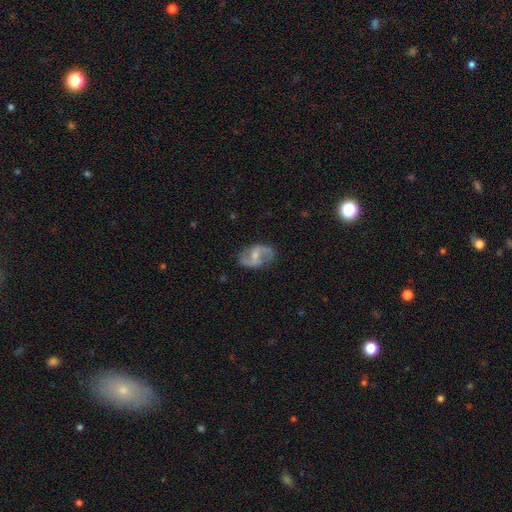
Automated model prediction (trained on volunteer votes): smooth-or-featured: featured or disk: 76% | smooth: 18% | star or artifact: 6%
  disk-edge-on: no: 97% | yes: 3%
    bar: weak: 49% | no: 29% | strong: 22%
    has-spiral-arms: yes: 87% | no: 13%
      spiral-winding: loose: 44% (tied) | medium: 44% (tied) | tight: 13%
      spiral-arm-count: 2: 90% | can't tell: 5% | 1: 2% | 3: 1% | 4: 1% | more than 4: 1%
    bulge-size: moderate: 48% | small: 42% | none: 6% | large: 3% | dominant: 1%
  merging: none: 77% | minor disturbance: 16% | major disturbance: 6% | merger: 2%